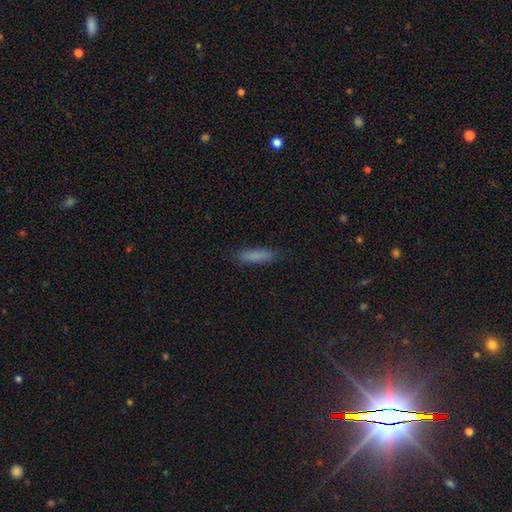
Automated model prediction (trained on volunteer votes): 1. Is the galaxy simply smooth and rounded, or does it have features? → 83% smooth, 9% featured or disk, 8% star or artifact.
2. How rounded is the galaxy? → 77% cigar-shaped, 21% in between, 2% round.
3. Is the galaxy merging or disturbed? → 84% none, 12% minor disturbance, 3% major disturbance, 1% merger.